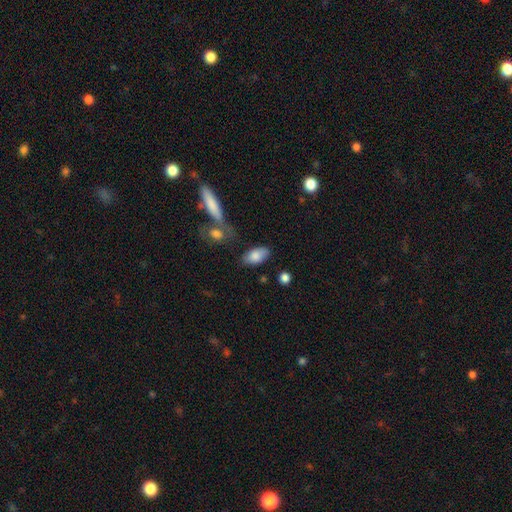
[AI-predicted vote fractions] A smooth galaxy with no disk features (83%) that is in between round and cigar-shaped (92%). Merging: none (72%).